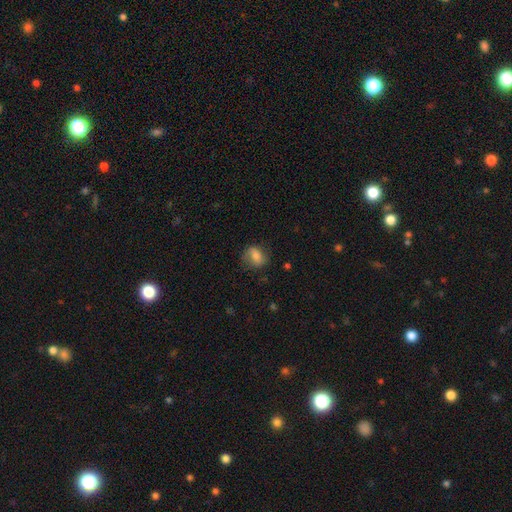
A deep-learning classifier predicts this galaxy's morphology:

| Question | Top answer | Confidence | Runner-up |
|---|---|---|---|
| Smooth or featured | smooth | 76% | featured or disk (15%) |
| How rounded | in between | 57% | round (41%) |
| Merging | none | 68% | minor disturbance (22%) |